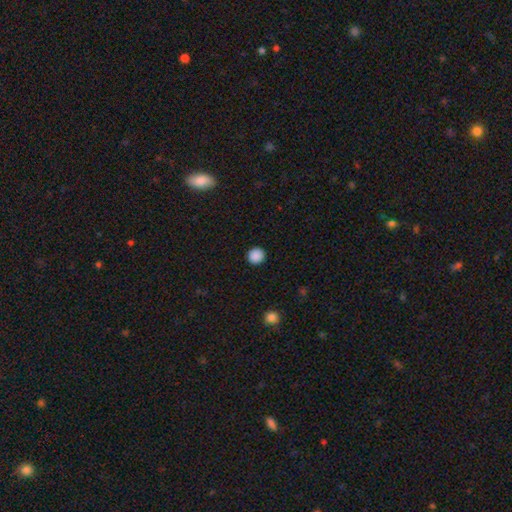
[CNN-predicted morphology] A smooth galaxy with no disk features (89%) that is round (92%). Merging: none (93%).